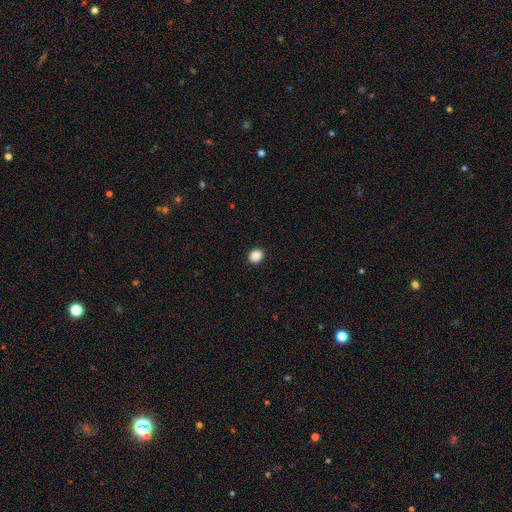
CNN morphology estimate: Q: Smooth or featured?
A: smooth (88%); runner-up: star or artifact (9%)
Q: How rounded?
A: round (63%); runner-up: in between (36%)
Q: Merging?
A: none (92%); runner-up: minor disturbance (6%)